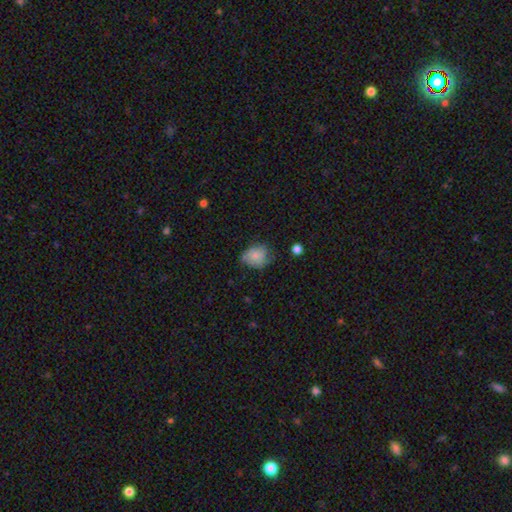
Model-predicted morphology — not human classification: smooth_or_featured: smooth (p=0.73) [alt: featured or disk p=0.18]
how_rounded: in between (p=0.50) [alt: round p=0.49]
merging: none (p=0.52) [alt: minor disturbance p=0.35]